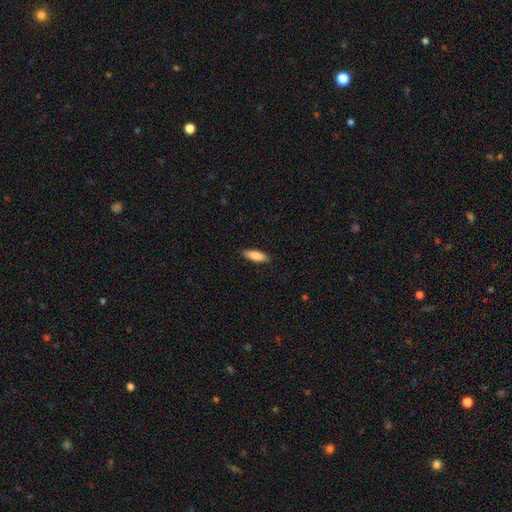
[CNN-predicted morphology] Smooth or featured? Predicted: smooth (p=0.84). How rounded? Predicted: in between (p=0.59). Merging? Predicted: none (p=0.87).